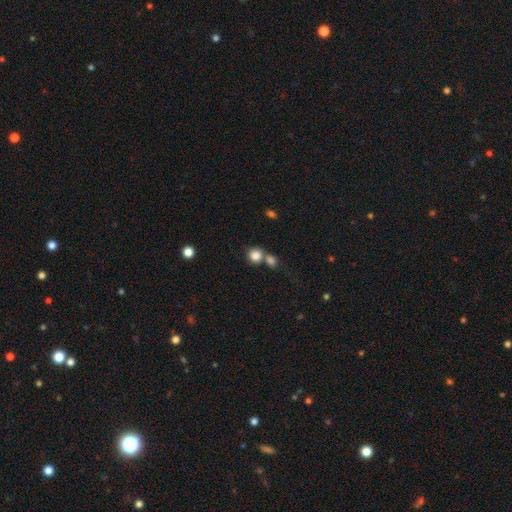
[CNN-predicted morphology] A smooth galaxy with no disk features (84%) that is round (88%).

Vote fractions:
- Smooth or featured? smooth: 84% / star or artifact: 10% / featured or disk: 6%
- How rounded? round: 88% / in between: 11% / cigar-shaped: 1%
- Merging? none: 51% / merger: 37% / minor disturbance: 8% / major disturbance: 4%